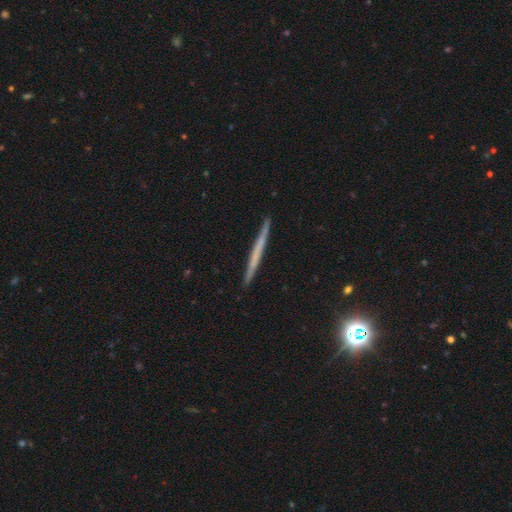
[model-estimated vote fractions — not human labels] This is possibly a featured or disk galaxy (49%). Merging: clearly none (91%).